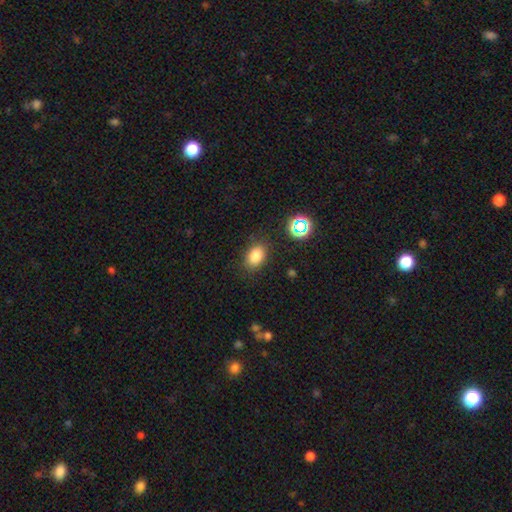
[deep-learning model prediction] Smooth or featured?
  - smooth: 80% *
  - star or artifact: 13%
  - featured or disk: 6%
How rounded?
  - in between: 78% *
  - round: 20%
  - cigar-shaped: 1%
Merging?
  - none: 83% *
  - minor disturbance: 12%
  - major disturbance: 4%
  - merger: 2%